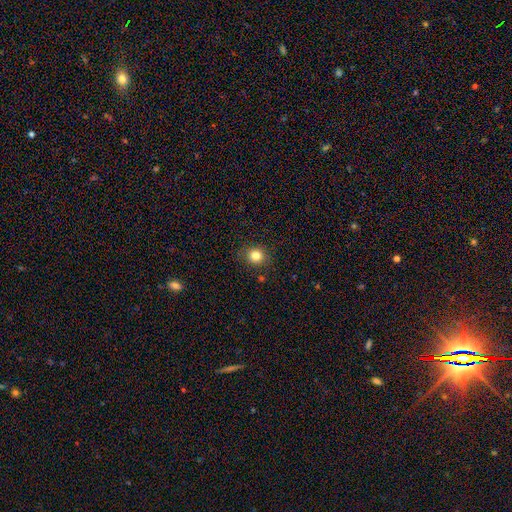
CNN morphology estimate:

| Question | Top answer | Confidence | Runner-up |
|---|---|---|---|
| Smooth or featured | smooth | 82% | star or artifact (12%) |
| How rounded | round | 83% | in between (16%) |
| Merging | none | 87% | minor disturbance (9%) |